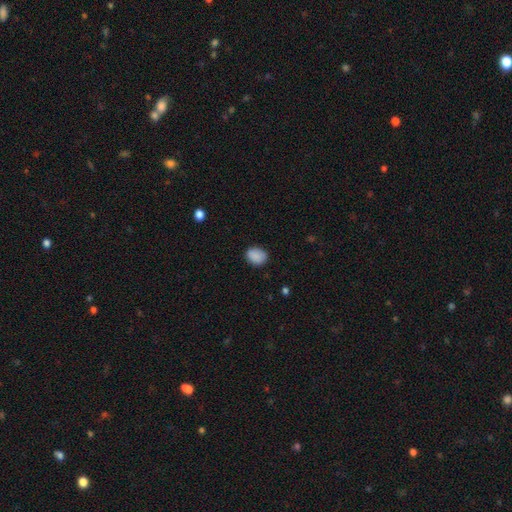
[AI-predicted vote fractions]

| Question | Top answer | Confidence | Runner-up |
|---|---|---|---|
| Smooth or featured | smooth | 88% | star or artifact (8%) |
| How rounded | in between | 57% | round (42%) |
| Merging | none | 83% | minor disturbance (13%) |